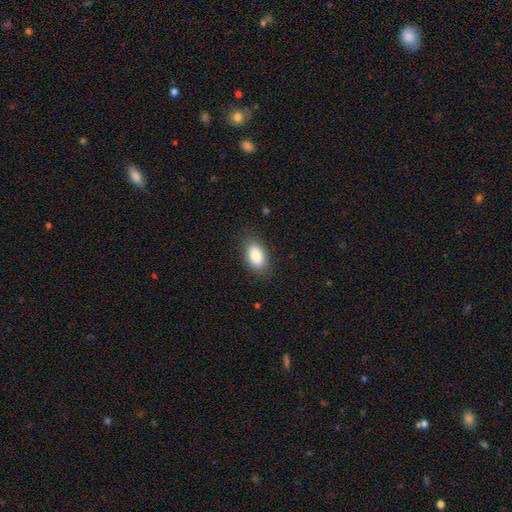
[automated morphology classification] smooth 86%, star or artifact 7%, featured or disk 7%. Down the decision tree: how rounded — in between (91%); merging — none (84%).